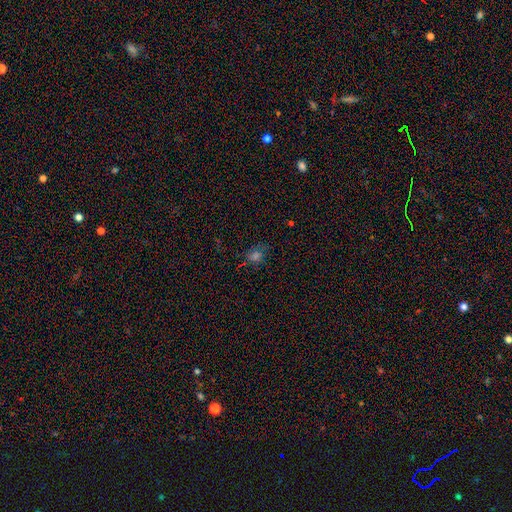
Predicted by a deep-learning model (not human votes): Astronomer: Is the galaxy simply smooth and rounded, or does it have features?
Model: smooth — 52% (runner-up: star or artifact, 35%).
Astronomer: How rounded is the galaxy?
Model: round — 60% (runner-up: in between, 38%).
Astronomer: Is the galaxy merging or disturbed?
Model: none — 67%.